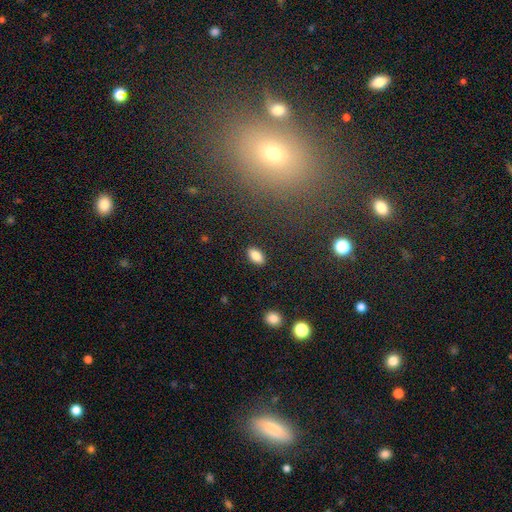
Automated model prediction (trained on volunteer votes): Smooth or featured? Predicted: smooth (p=0.84). How rounded? Predicted: in between (p=0.92). Merging? Predicted: none (p=0.89).